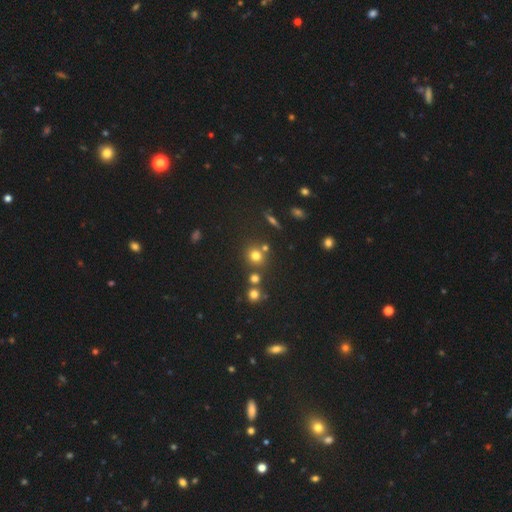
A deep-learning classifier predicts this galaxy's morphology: This is likely a smooth galaxy (71%). How rounded: clearly round (86%). Merging: likely none (72%).